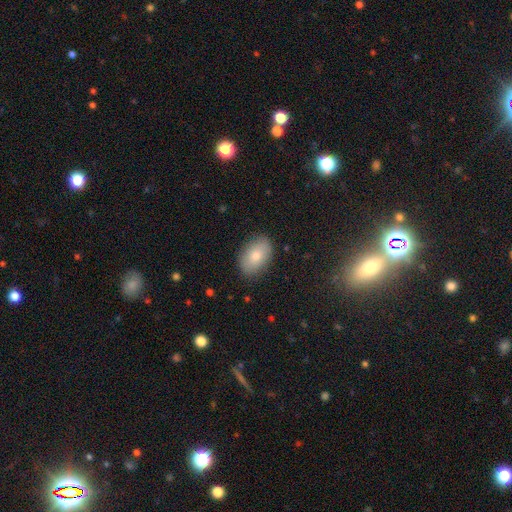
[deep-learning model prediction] This is likely a smooth galaxy (74%). How rounded: clearly in between (89%). Merging: clearly none (86%).